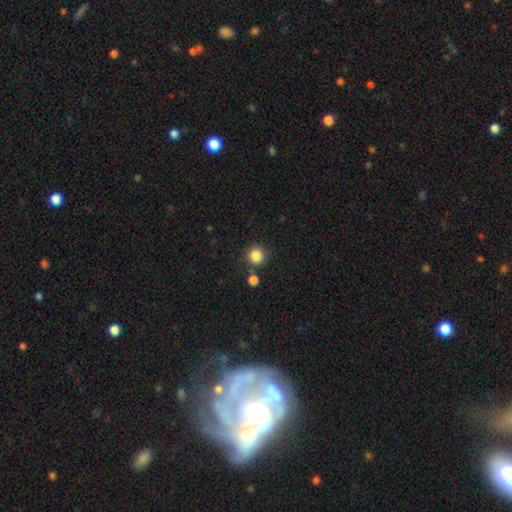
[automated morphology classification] Smooth or featured?
  - smooth: 85% *
  - star or artifact: 11%
  - featured or disk: 4%
How rounded?
  - round: 94% *
  - in between: 5%
  - cigar-shaped: 1%
Merging?
  - none: 82% *
  - merger: 8%
  - minor disturbance: 8%
  - major disturbance: 3%